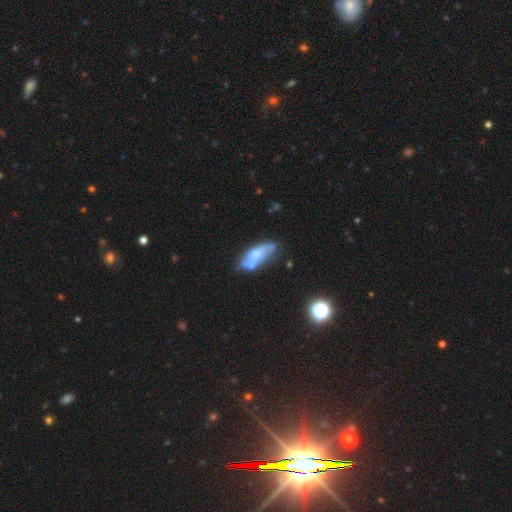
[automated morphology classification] Smooth or featured? featured or disk (50%)
Merging? none (42%)